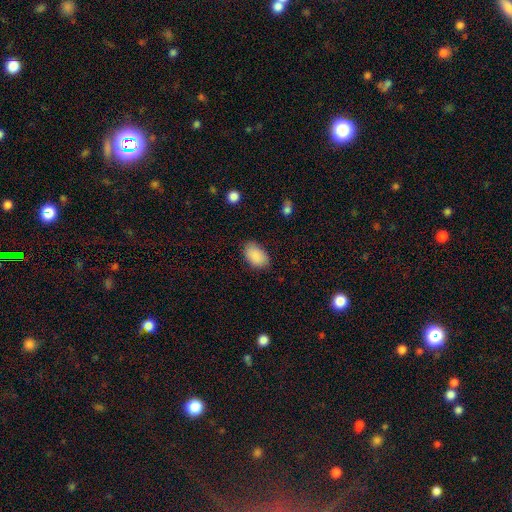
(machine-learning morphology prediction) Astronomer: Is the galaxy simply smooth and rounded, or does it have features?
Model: smooth — 89%.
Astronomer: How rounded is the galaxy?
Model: in between — 90%.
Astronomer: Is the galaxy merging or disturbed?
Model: none — 78%.